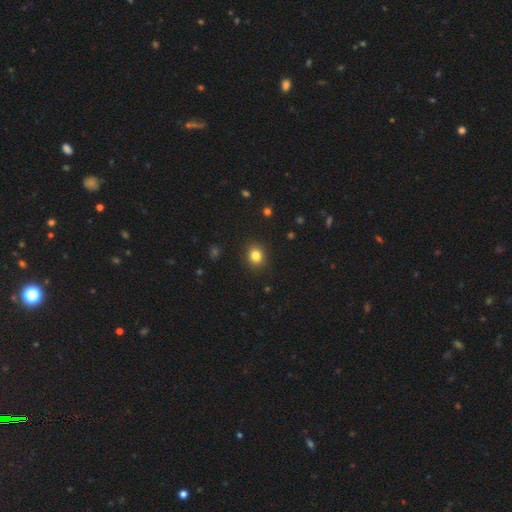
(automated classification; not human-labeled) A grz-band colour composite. It shows a smooth galaxy with no disk features (83%) that is round (67%). Merging: none (90%).